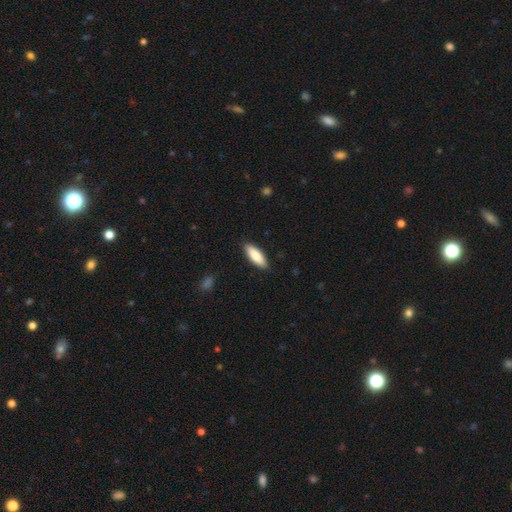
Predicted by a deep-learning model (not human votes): Smooth or featured: smooth — 84% (featured or disk — 11%)
How rounded: in between — 61% (cigar-shaped — 37%)
Merging: none — 88% (minor disturbance — 9%)